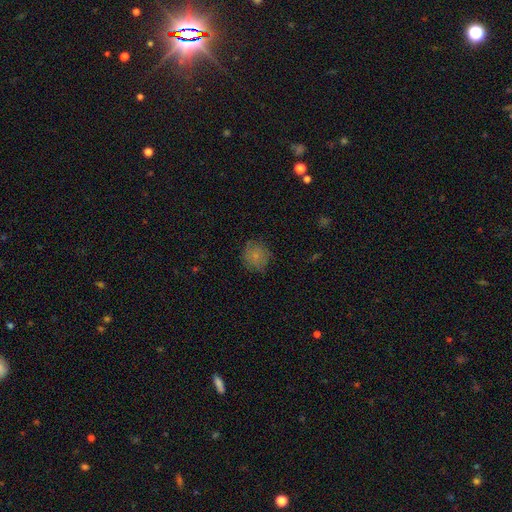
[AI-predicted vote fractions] Overall: smooth (79%). How rounded: round (87%). Merging: none (77%).